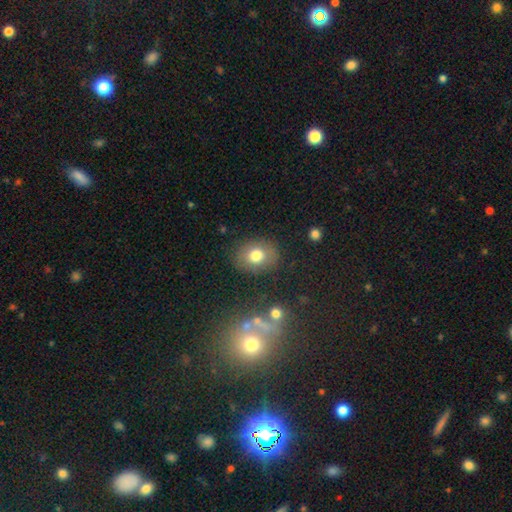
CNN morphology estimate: Smooth or featured? smooth (51%)
How rounded? round (61%)
Merging? none (71%)